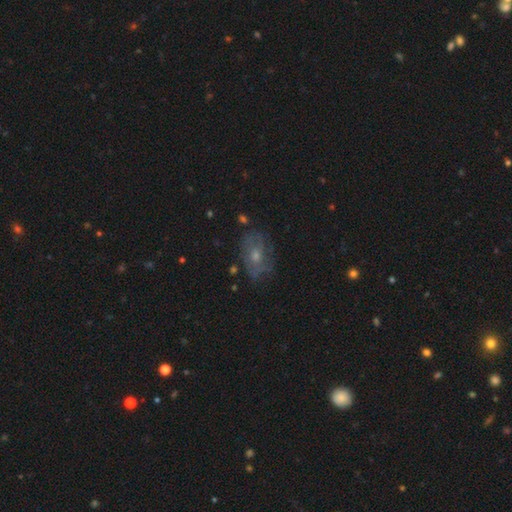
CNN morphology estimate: Q: Smooth or featured?
A: featured or disk (53%); runner-up: smooth (34%)
Q: Edge-on disk?
A: no (94%); runner-up: yes (6%)
Q: Merging?
A: none (66%); runner-up: minor disturbance (21%)